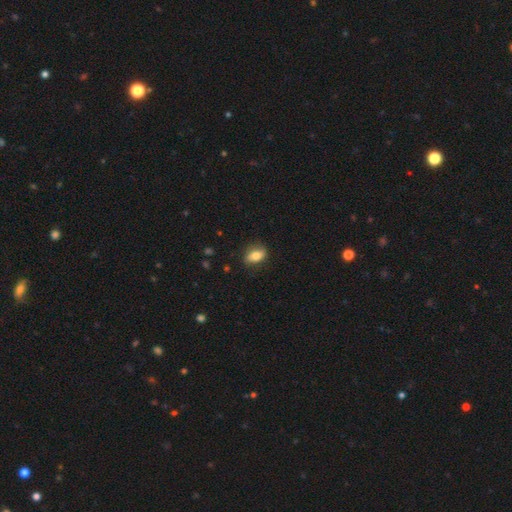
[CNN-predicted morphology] smooth 71%, featured or disk 21%, star or artifact 8%. Down the decision tree: how rounded — in between (83%); merging — none (77%).